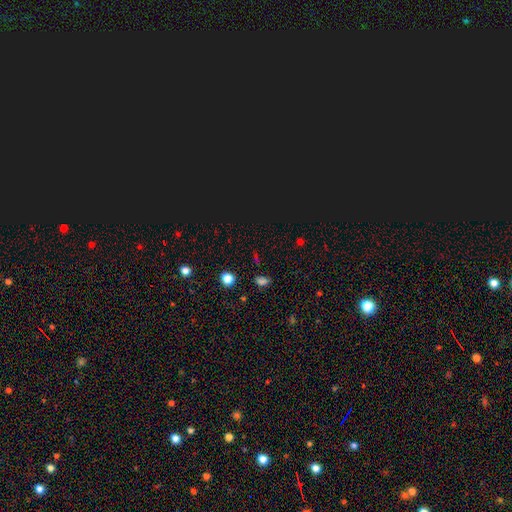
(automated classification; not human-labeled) star or artifact 56%, smooth 36%, featured or disk 8%.